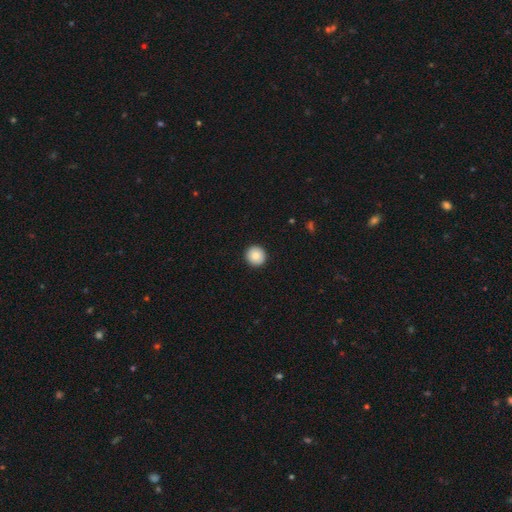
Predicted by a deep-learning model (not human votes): A smooth galaxy with no disk features (84%) that is round (94%). Merging: none (93%).